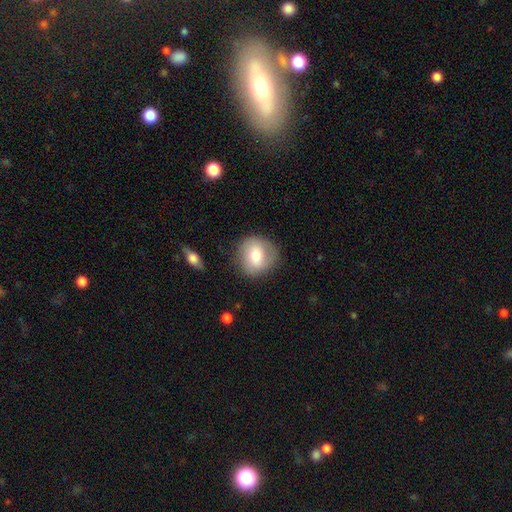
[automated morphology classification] Smooth or featured? smooth (67%)
How rounded? round (83%)
Merging? none (78%)